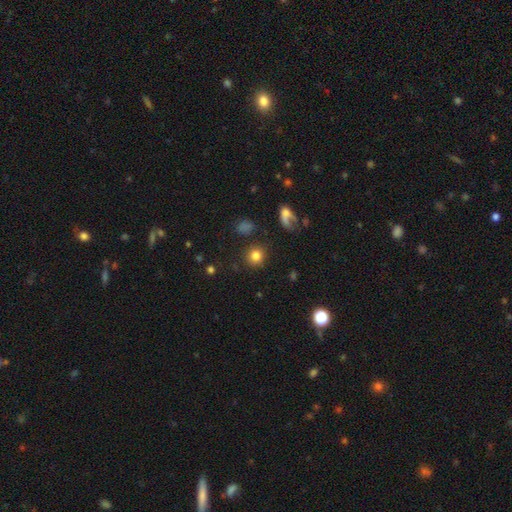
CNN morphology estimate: Smooth or featured?
  - smooth: 81% *
  - star or artifact: 12%
  - featured or disk: 8%
How rounded?
  - round: 90% *
  - in between: 9%
  - cigar-shaped: 1%
Merging?
  - none: 85% *
  - minor disturbance: 8%
  - major disturbance: 4%
  - merger: 3%